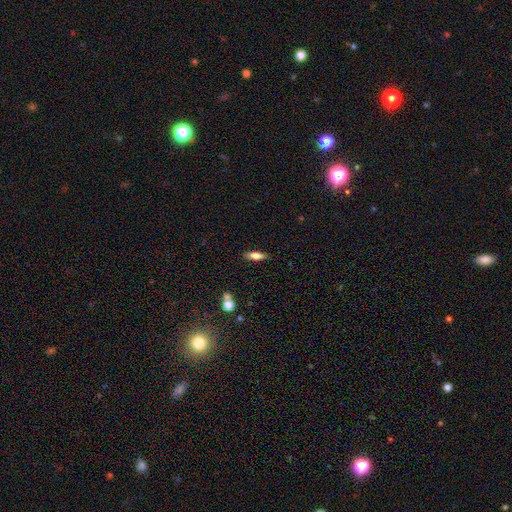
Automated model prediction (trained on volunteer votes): The model was most divided on "how rounded": in between: 59%, cigar-shaped: 38%, round: 3%. More confident: merging — none (86%); smooth or featured — smooth (71%).